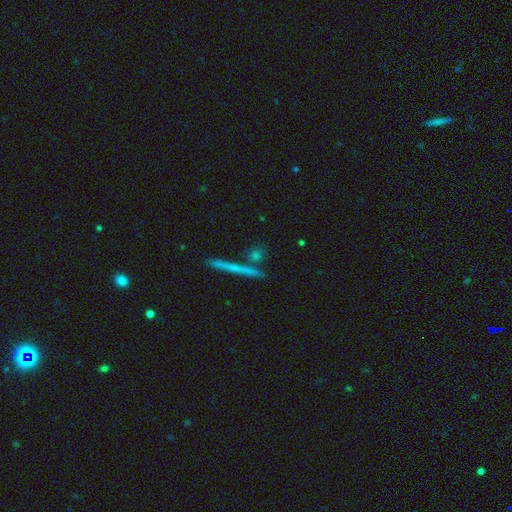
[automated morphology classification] Overall: smooth (60%; featured or disk 28%). How rounded: cigar-shaped (46%; round 42%). Merging: none (78%).